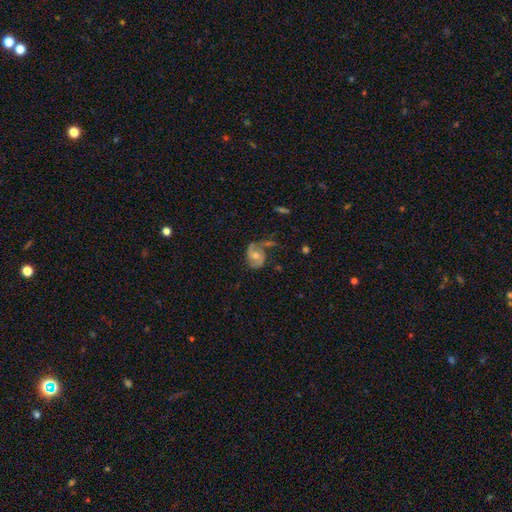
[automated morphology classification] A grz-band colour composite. It shows a featured or disk galaxy (70%) with no bar (64%), 2 (79%) medium (47%) spiral arms (90%) and a moderate central bulge (63%). Merging: none (50%).